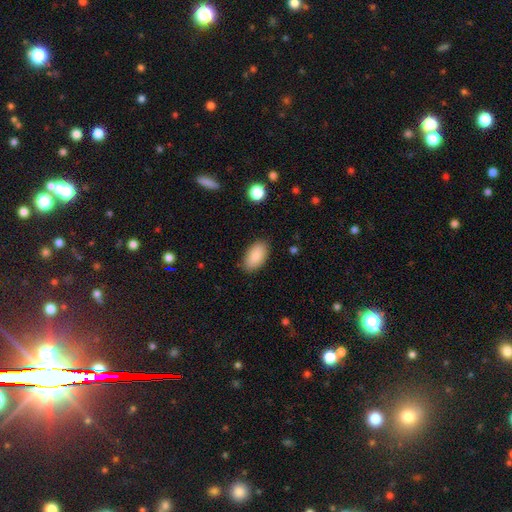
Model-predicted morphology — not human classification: Smooth or featured: smooth — 87% (star or artifact — 7%)
How rounded: in between — 94% (round — 4%)
Merging: none — 85% (minor disturbance — 11%)